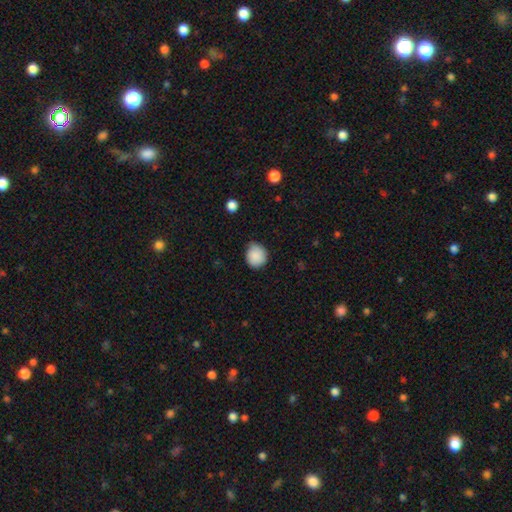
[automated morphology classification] Smooth or featured?
  - smooth: 87% *
  - star or artifact: 8%
  - featured or disk: 5%
How rounded?
  - round: 85% *
  - in between: 14%
  - cigar-shaped: 1%
Merging?
  - none: 65% *
  - minor disturbance: 29%
  - major disturbance: 4%
  - merger: 2%